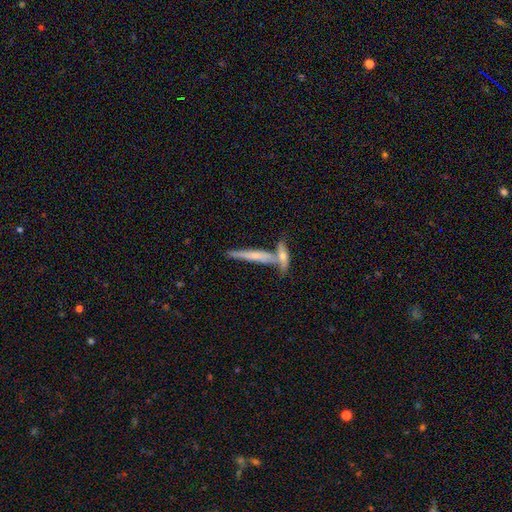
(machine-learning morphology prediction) This appears to be a featured or disk galaxy (50%). Merging: none (52%).